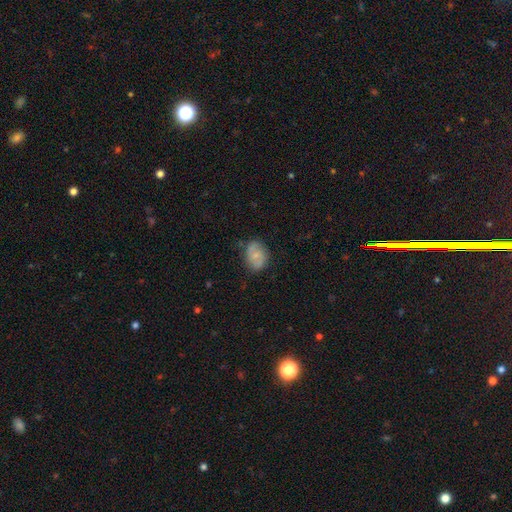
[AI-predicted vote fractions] This is possibly a smooth galaxy (60%). How rounded: likely in between (67%). Merging: likely none (72%).